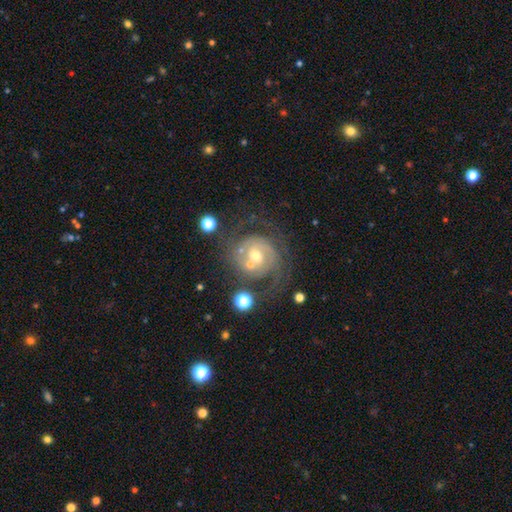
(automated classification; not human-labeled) Overall: featured or disk (82%). Edge-on disk: no (98%). Bar: no (57%; weak 35%). Spiral arms: yes (92%). Spiral arm count: 2 (57%; can't tell 20%). Spiral winding: tight (54%; medium 35%). Bulge size: moderate (54%; small 40%). Merging: none (55%; minor disturbance 17%).